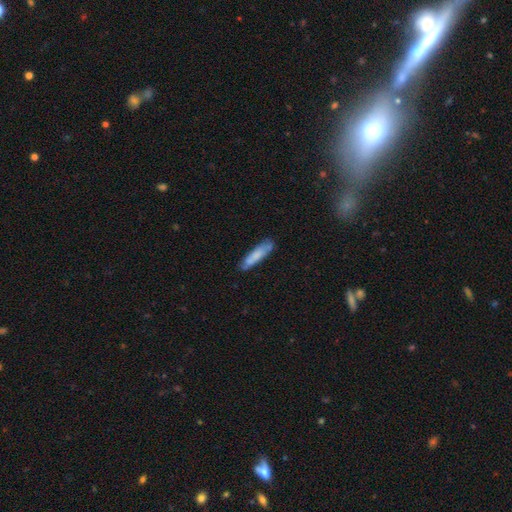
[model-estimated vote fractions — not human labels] Morphology: type=smooth (71%); roundness=cigar-shaped (79%); merging=none (70%).